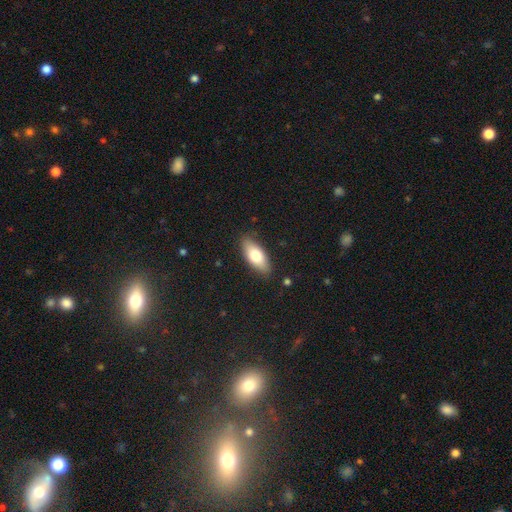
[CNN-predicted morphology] A smooth galaxy with no disk features (74%) that is in between round and cigar-shaped (82%).

Vote fractions:
- Smooth or featured? smooth: 74% / featured or disk: 20% / star or artifact: 6%
- How rounded? in between: 82% / cigar-shaped: 16% / round: 2%
- Merging? none: 85% / minor disturbance: 11% / major disturbance: 2% / merger: 1%